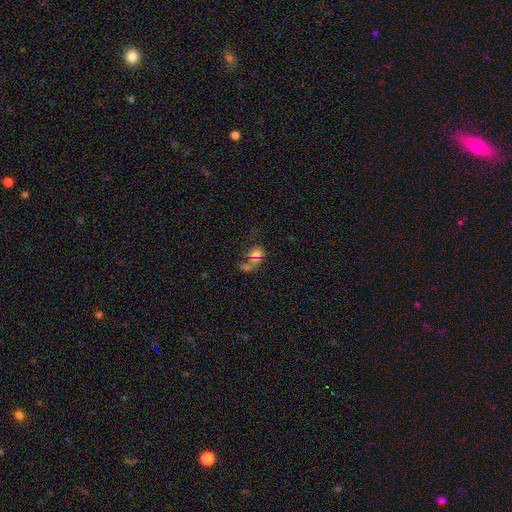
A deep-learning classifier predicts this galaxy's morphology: This is possibly a smooth galaxy (53%). How rounded: possibly in between (55%). Merging: possibly merger (49%).